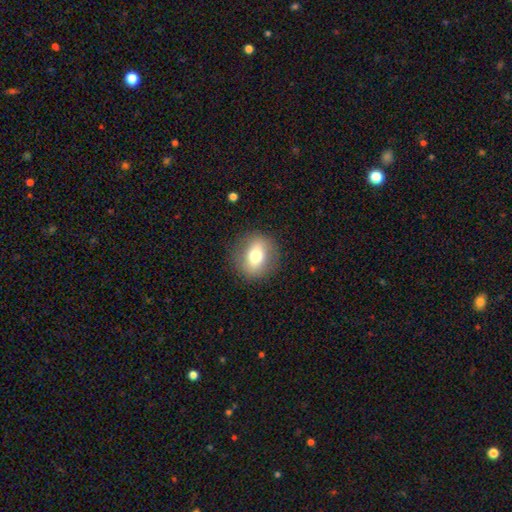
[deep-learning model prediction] Morphology: type=smooth (66%); roundness=round (61%); merging=none (85%).